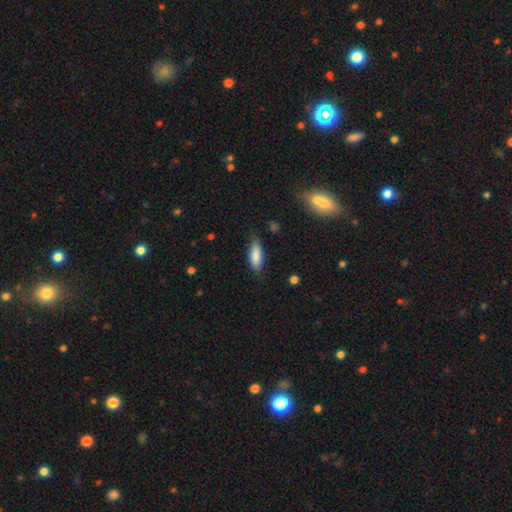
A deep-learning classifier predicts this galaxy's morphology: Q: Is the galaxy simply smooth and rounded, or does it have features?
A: smooth — 83%.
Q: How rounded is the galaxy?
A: in between — 66%.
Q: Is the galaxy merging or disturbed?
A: none — 68%.